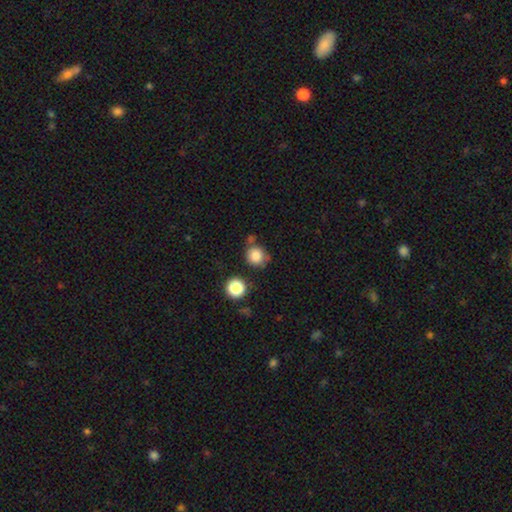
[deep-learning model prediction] smooth_or_featured: smooth (p=0.84) [alt: star or artifact p=0.11]
how_rounded: round (p=0.86) [alt: in between p=0.13]
merging: none (p=0.67) [alt: minor disturbance p=0.17]